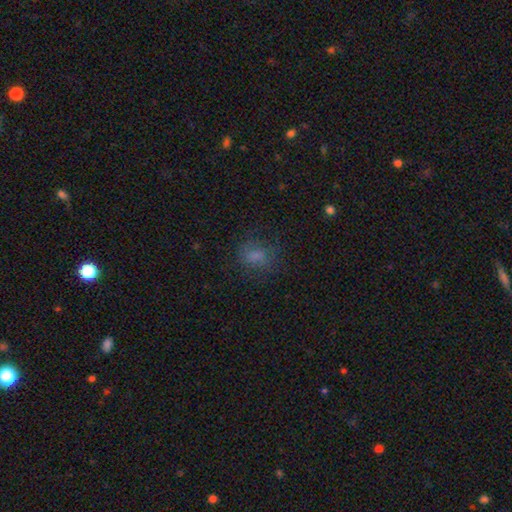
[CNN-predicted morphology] Smooth or featured? Predicted: smooth (p=0.69). How rounded? Predicted: in between (p=0.57). Merging? Predicted: none (p=0.67).